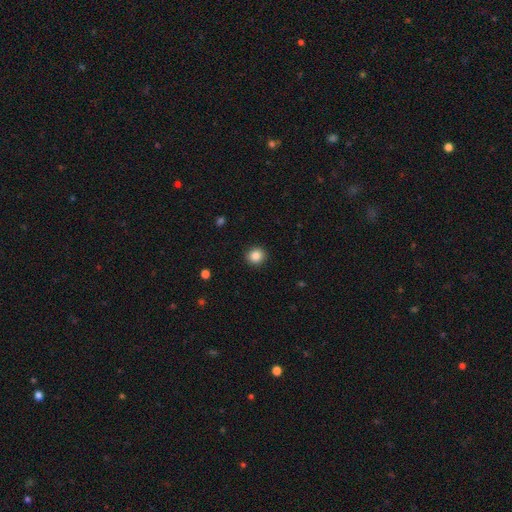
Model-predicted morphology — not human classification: type=smooth (86%); roundness=round (89%); merging=none (92%).